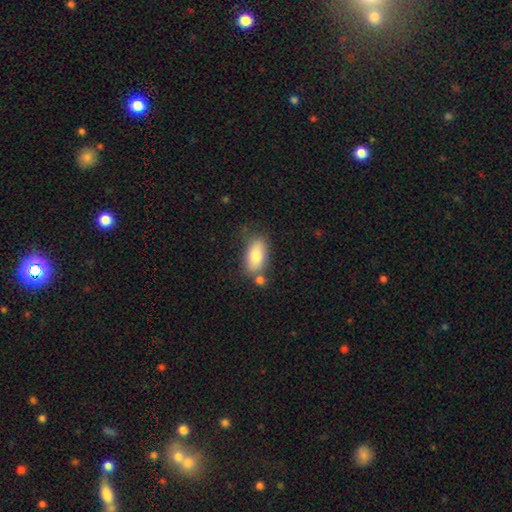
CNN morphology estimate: This is likely a smooth galaxy (77%). How rounded: clearly in between (90%). Merging: likely none (64%).